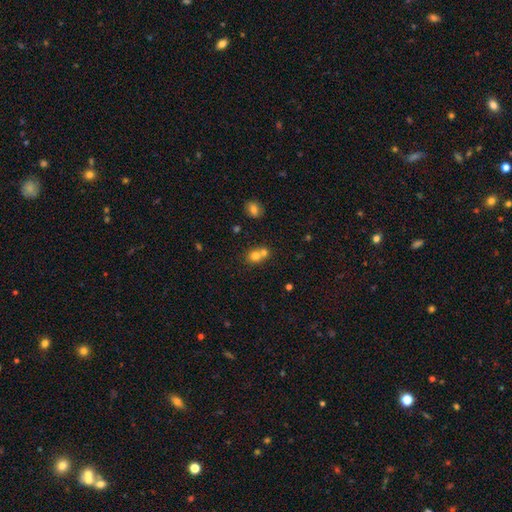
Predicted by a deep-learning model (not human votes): Smooth or featured? Predicted: smooth (p=0.76). How rounded? Predicted: round (p=0.76). Merging? Predicted: merger (p=0.55).